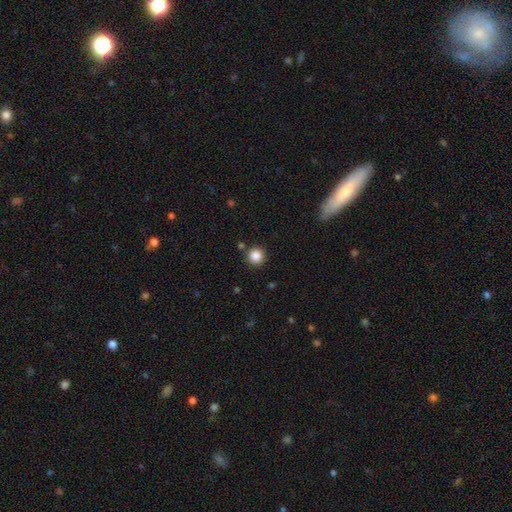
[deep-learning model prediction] smooth_or_featured: smooth (p=0.86) [alt: star or artifact p=0.10]
how_rounded: round (p=0.95) [alt: in between p=0.04]
merging: none (p=0.89) [alt: minor disturbance p=0.06]